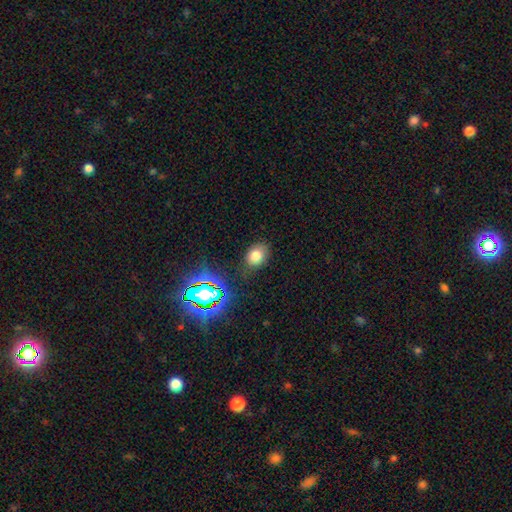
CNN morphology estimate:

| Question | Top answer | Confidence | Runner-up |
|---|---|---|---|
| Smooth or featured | smooth | 73% | star or artifact (17%) |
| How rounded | in between | 62% | round (37%) |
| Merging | none | 77% | minor disturbance (16%) |